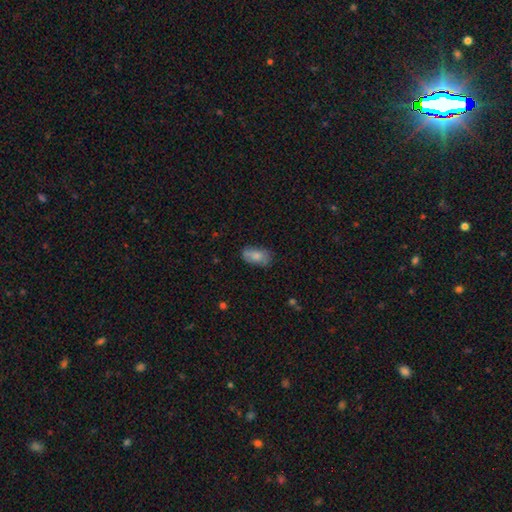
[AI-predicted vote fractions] The model was most divided on "merging": none: 64%, minor disturbance: 26%, major disturbance: 7%, merger: 3%. More confident: how rounded — in between (91%); smooth or featured — smooth (75%).